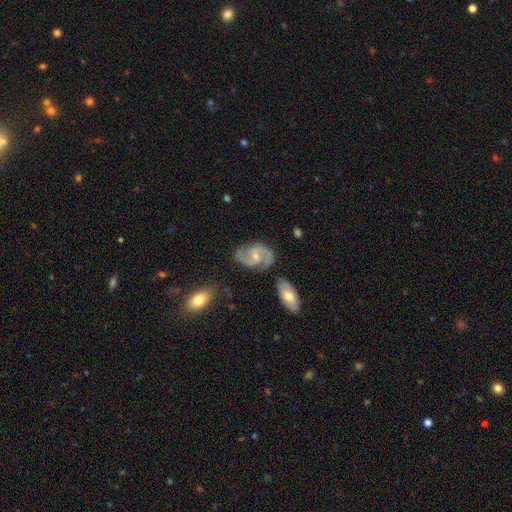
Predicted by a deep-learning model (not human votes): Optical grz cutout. It shows a featured or disk galaxy (86%) with a weak bar (49%), 2 (91%) medium (58%) spiral arms (96%) and a small central bulge (54%). Merging: none (67%).